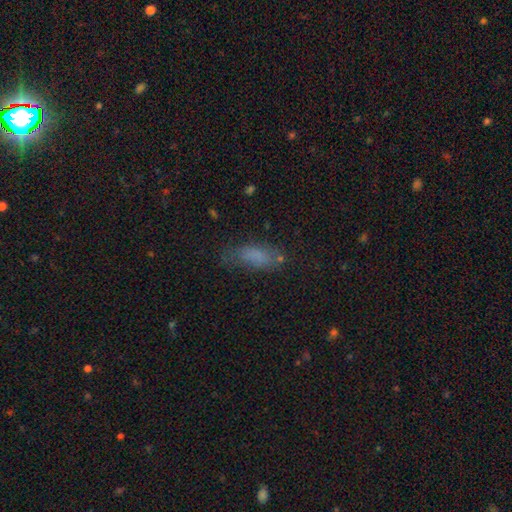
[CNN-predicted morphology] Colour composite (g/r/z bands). It shows a smooth galaxy with no disk features (76%) that is in between round and cigar-shaped (74%). Merging: none (60%).